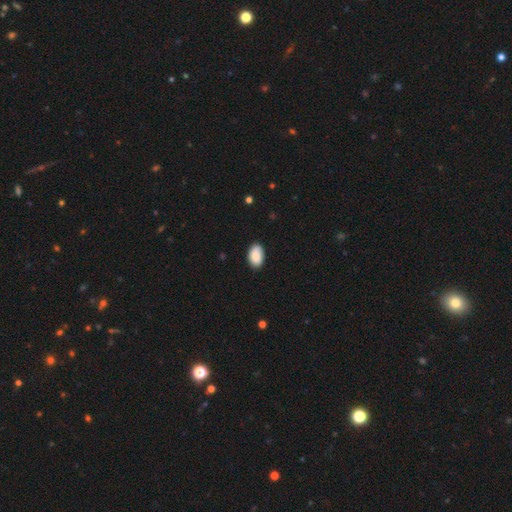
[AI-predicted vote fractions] A smooth galaxy with no disk features (88%) that is in between round and cigar-shaped (92%).

Vote fractions:
- Smooth or featured? smooth: 88% / star or artifact: 6% / featured or disk: 5%
- How rounded? in between: 92% / round: 6% / cigar-shaped: 1%
- Merging? none: 85% / minor disturbance: 12% / major disturbance: 2% / merger: 1%